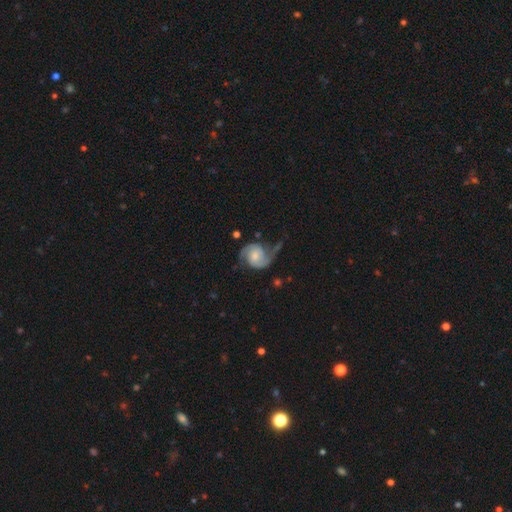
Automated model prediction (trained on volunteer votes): Smooth or featured?
  - featured or disk: 88% *
  - smooth: 7%
  - star or artifact: 5%
Edge-on disk?
  - no: 98% *
  - yes: 2%
Bar?
  - no: 62% *
  - weak: 31%
  - strong: 7%
Spiral arms?
  - yes: 98% *
  - no: 2%
Spiral winding?
  - medium: 49% *
  - loose: 29%
  - tight: 22%
Spiral arm count?
  - 2: 93% *
  - can't tell: 2%
  - 1: 2%
  - 3: 1%
  - 4: 1%
  - more than 4: 1%
Bulge size?
  - moderate: 32% *
  - small: 30%
  - none: 21%
  - large: 14%
  - dominant: 3%
Merging?
  - none: 62% *
  - minor disturbance: 20%
  - major disturbance: 14%
  - merger: 3%